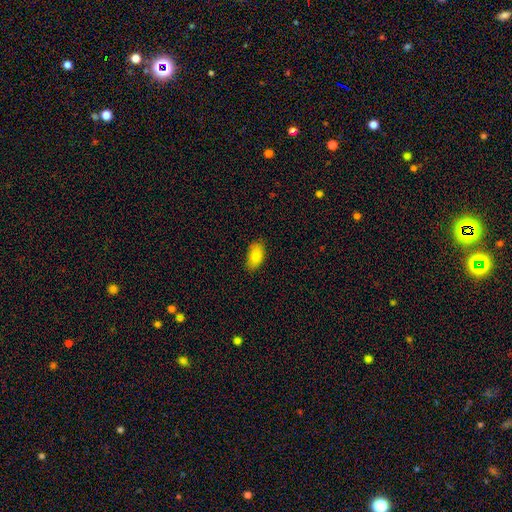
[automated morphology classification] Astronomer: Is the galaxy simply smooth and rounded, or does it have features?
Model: smooth — 83%.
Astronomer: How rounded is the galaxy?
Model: in between — 92%.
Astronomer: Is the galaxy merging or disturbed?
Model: none — 83%.